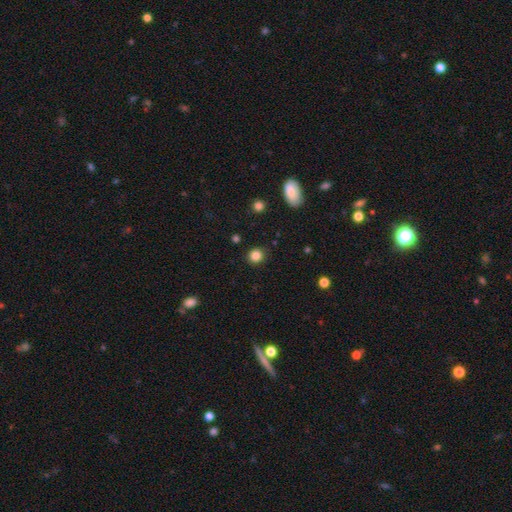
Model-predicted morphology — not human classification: smooth_or_featured: smooth (p=0.84) [alt: star or artifact p=0.11]
how_rounded: round (p=0.85) [alt: in between p=0.14]
merging: none (p=0.88) [alt: minor disturbance p=0.08]